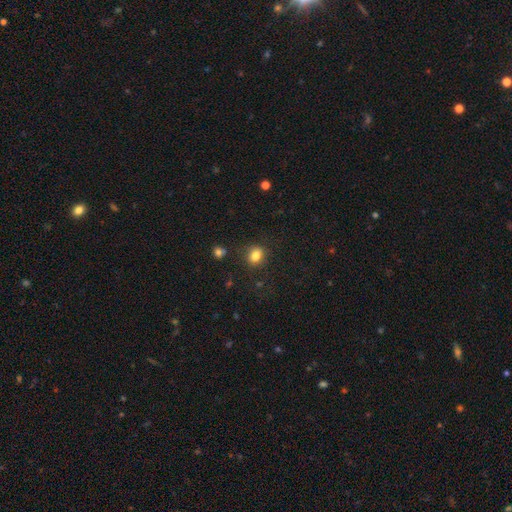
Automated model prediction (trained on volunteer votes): Smooth or featured? smooth (82%)
How rounded? round (68%)
Merging? none (82%)